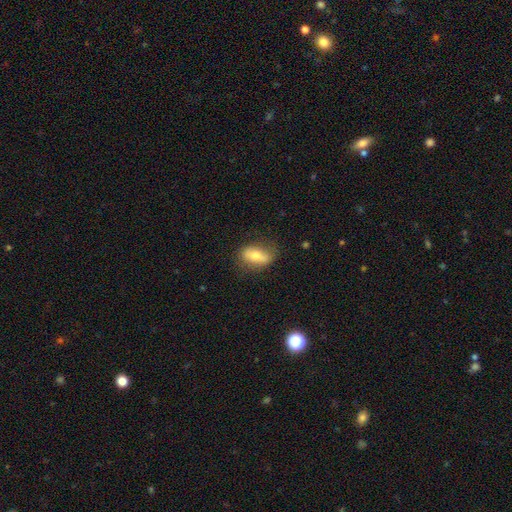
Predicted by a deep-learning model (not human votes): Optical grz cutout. It shows a smooth galaxy with no disk features (65%) that is in between round and cigar-shaped (80%). Merging: none (72%).